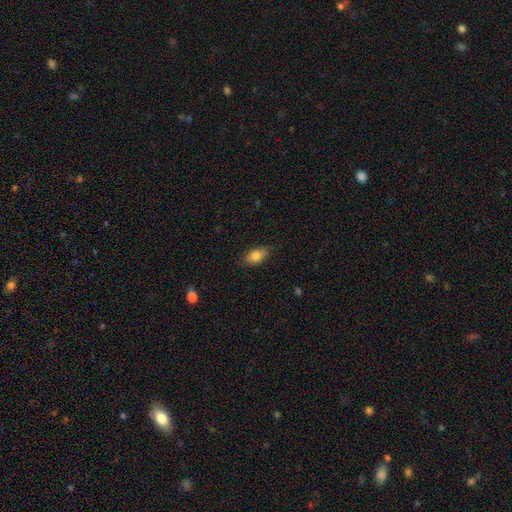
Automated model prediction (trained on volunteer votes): smooth_or_featured: smooth (p=0.82) [alt: featured or disk p=0.10]
how_rounded: in between (p=0.89) [alt: cigar-shaped p=0.06]
merging: none (p=0.81) [alt: minor disturbance p=0.15]